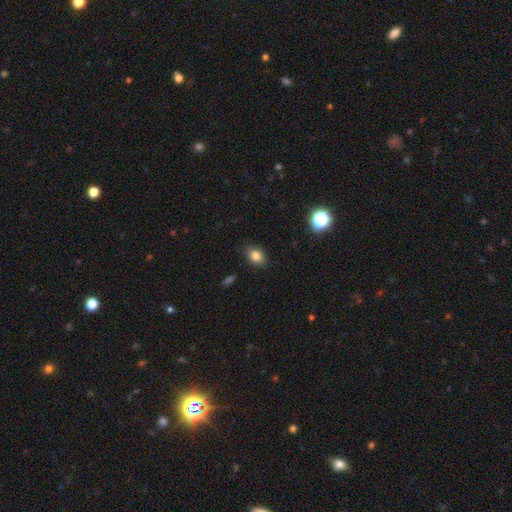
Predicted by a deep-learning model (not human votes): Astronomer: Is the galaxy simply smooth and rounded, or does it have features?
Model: smooth — 82%.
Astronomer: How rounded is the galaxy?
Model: in between — 66%.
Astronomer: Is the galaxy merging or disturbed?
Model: none — 86%.